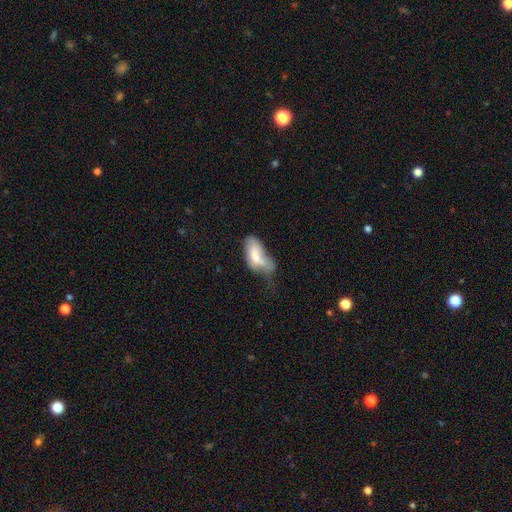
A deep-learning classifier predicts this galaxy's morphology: Smooth or featured: smooth — 64% (featured or disk — 28%)
How rounded: in between — 89% (cigar-shaped — 8%)
Merging: major disturbance — 34% (minor disturbance — 29%)